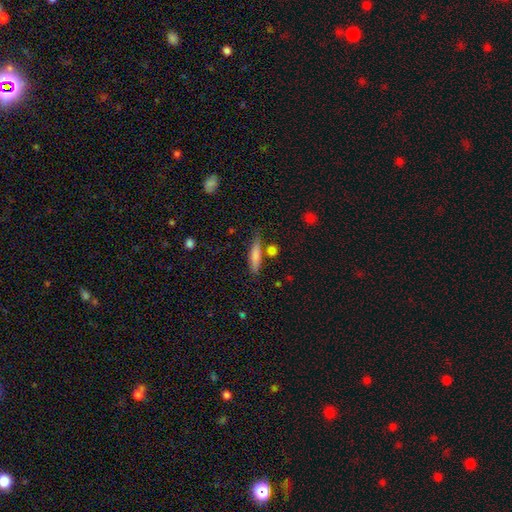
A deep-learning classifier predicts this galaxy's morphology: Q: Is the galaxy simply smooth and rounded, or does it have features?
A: smooth — 75%.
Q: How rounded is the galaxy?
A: cigar-shaped — 78%.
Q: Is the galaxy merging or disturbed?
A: none — 70%.